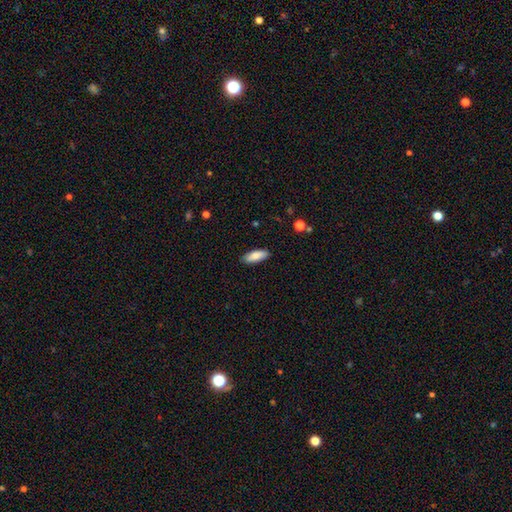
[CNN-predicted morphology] This is clearly a smooth galaxy (83%). How rounded: likely in between (69%). Merging: clearly none (88%).